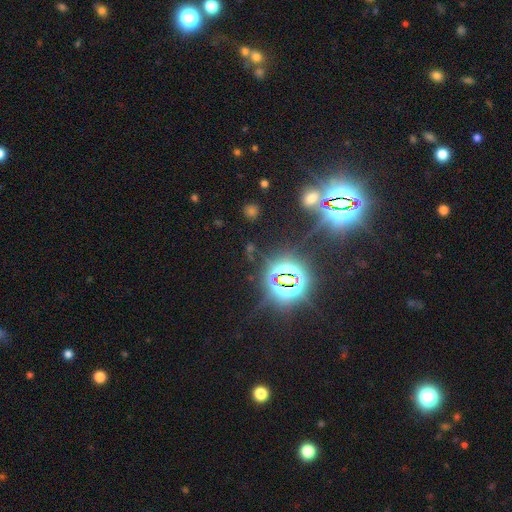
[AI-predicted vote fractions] Smooth or featured? star or artifact (80%)